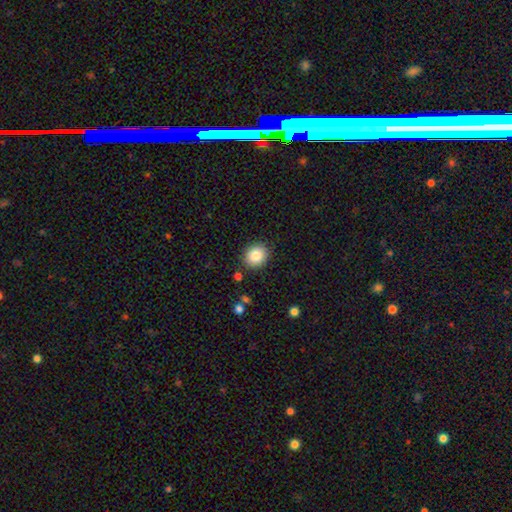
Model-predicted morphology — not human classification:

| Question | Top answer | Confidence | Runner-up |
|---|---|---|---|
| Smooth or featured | smooth | 85% | star or artifact (9%) |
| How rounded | round | 67% | in between (33%) |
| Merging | none | 88% | minor disturbance (8%) |